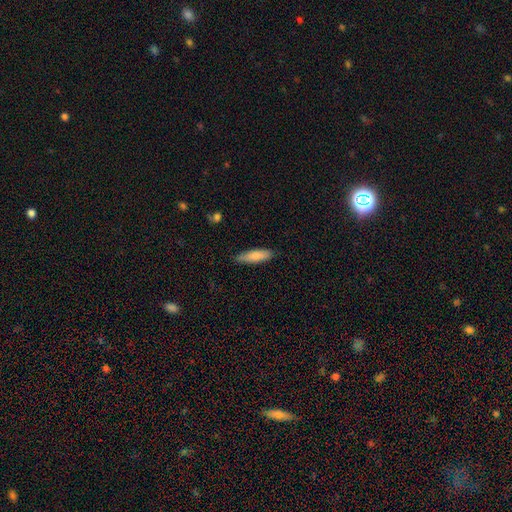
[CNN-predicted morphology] Smooth or featured: smooth — 83% (featured or disk — 11%)
How rounded: cigar-shaped — 66% (in between — 32%)
Merging: none — 85% (minor disturbance — 12%)